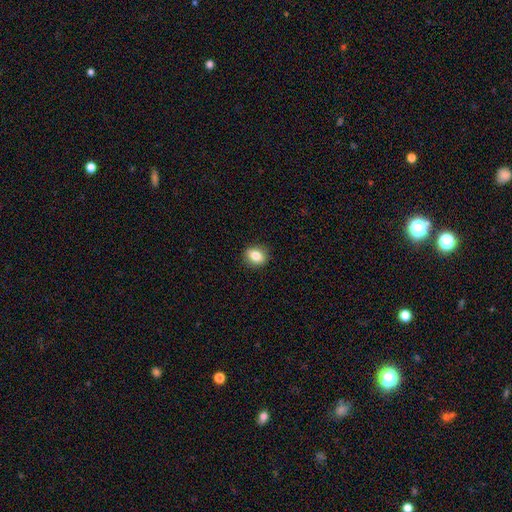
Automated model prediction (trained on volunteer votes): smooth-or-featured: smooth: 80% | featured or disk: 11% | star or artifact: 9%
  how-rounded: in between: 49% (tied) | round: 49% (tied) | cigar-shaped: 2%
  merging: none: 89% | minor disturbance: 8% | major disturbance: 2% | merger: 1%